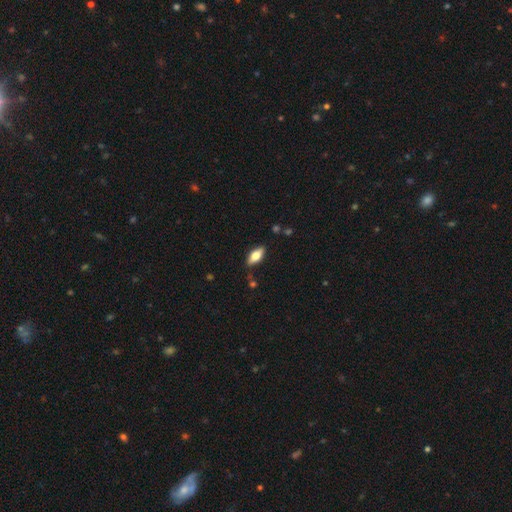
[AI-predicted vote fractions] This appears to be a smooth galaxy with no disk features (66%) that is in between round and cigar-shaped (81%). Merging: none (83%).